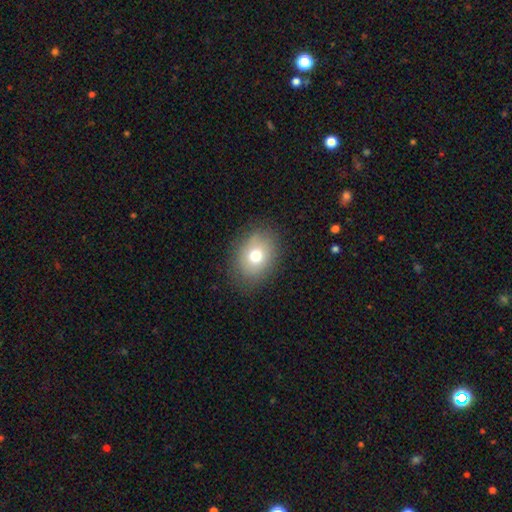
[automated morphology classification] Smooth or featured: smooth — 73% (featured or disk — 16%)
How rounded: in between — 62% (round — 37%)
Merging: none — 83% (minor disturbance — 12%)